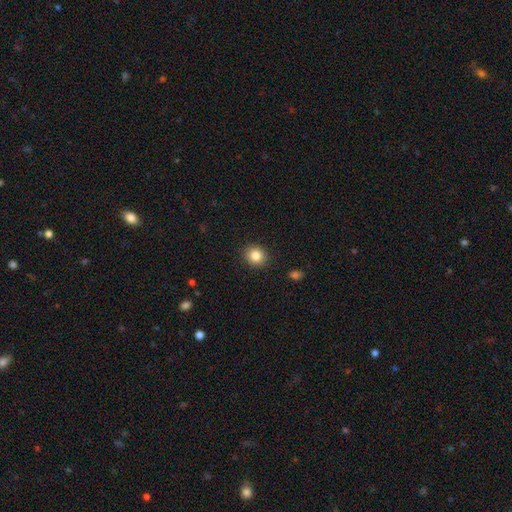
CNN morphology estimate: A smooth galaxy with no disk features (84%) that is round (79%). Merging: none (91%).